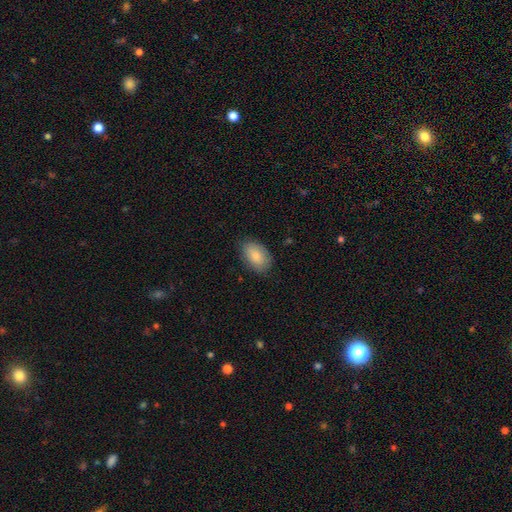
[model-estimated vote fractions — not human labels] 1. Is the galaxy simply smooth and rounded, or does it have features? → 84% smooth, 10% featured or disk, 6% star or artifact.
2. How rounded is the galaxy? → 92% in between, 7% round, 1% cigar-shaped.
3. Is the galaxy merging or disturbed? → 81% none, 15% minor disturbance, 3% major disturbance, 1% merger.